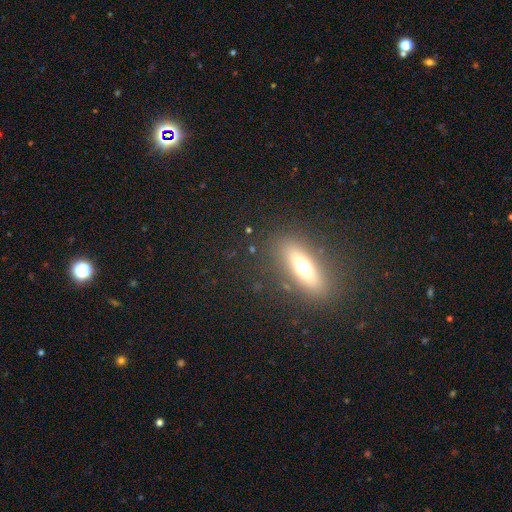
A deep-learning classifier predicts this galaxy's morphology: Overall: featured or disk (50%; smooth 34%). Edge-on disk: yes (80%). Merging: none (84%).